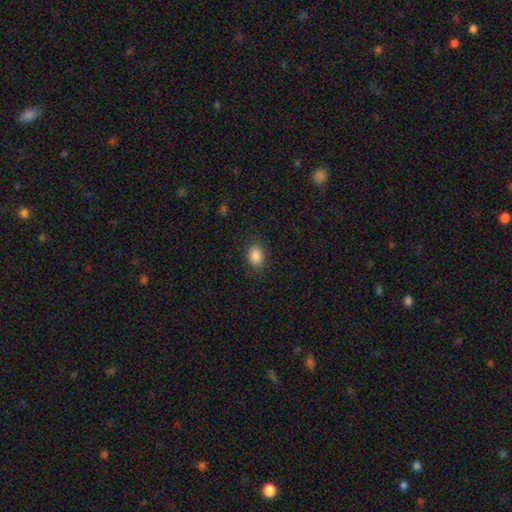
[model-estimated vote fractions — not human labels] This is clearly a smooth galaxy (88%). How rounded: likely in between (70%). Merging: clearly none (86%).